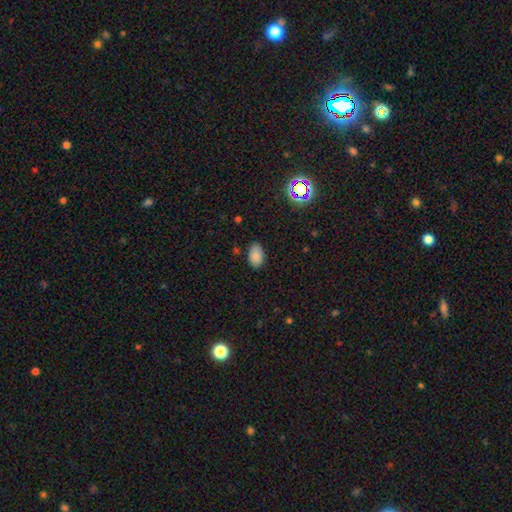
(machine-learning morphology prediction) Smooth or featured?
  - smooth: 85% *
  - star or artifact: 10%
  - featured or disk: 5%
How rounded?
  - in between: 92% *
  - round: 7%
  - cigar-shaped: 1%
Merging?
  - none: 82% *
  - minor disturbance: 14%
  - major disturbance: 3%
  - merger: 1%